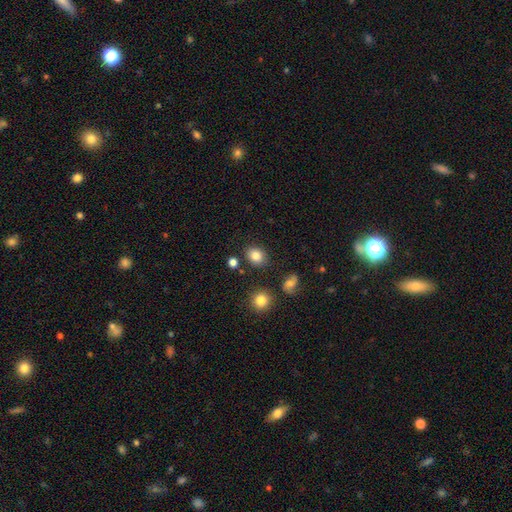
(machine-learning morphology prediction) A smooth galaxy with no disk features (84%) that is round (54%). Merging: none (84%).